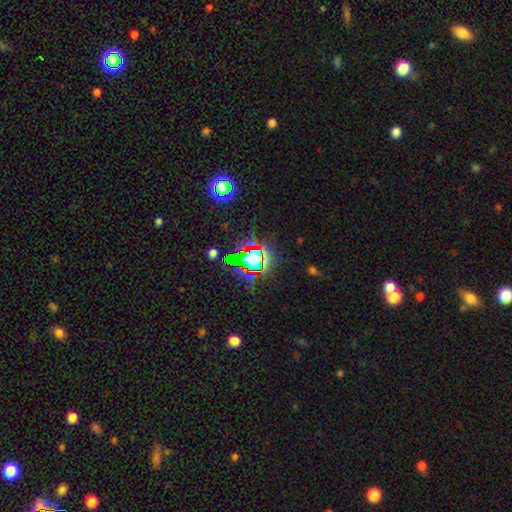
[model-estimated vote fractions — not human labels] star or artifact 72%, smooth 16%, featured or disk 11%.